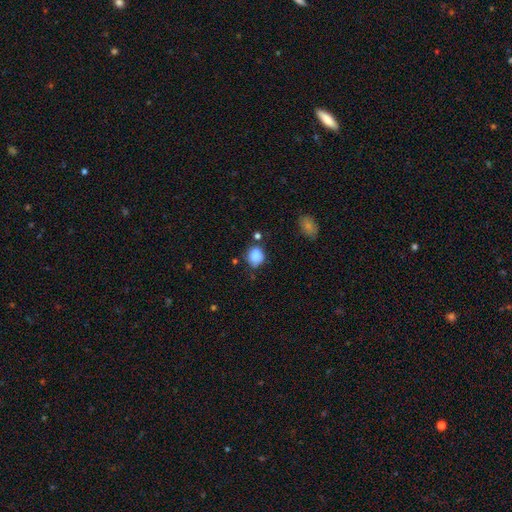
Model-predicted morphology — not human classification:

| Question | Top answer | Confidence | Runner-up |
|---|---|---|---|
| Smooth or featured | smooth | 85% | star or artifact (9%) |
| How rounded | round | 65% | in between (34%) |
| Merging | none | 60% | minor disturbance (25%) |